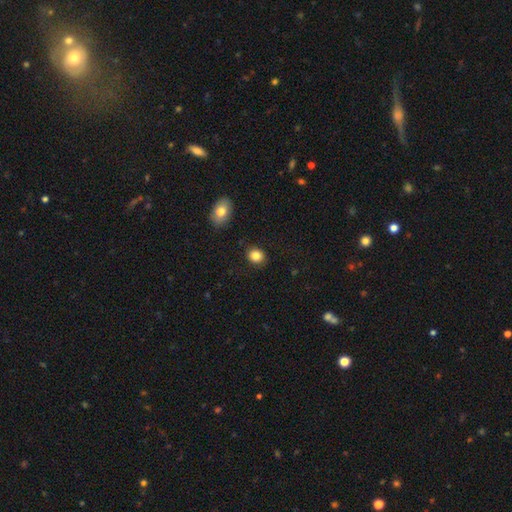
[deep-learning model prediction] Overall: smooth (85%). How rounded: round (62%; in between 37%). Merging: none (88%).